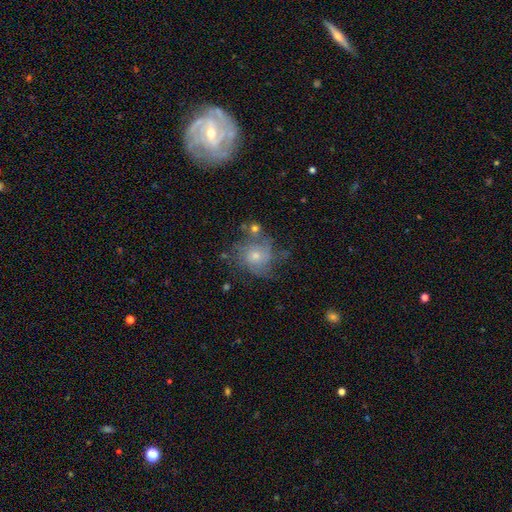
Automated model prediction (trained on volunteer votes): Smooth or featured?
  - featured or disk: 62% *
  - smooth: 24%
  - star or artifact: 14%
Edge-on disk?
  - no: 97% *
  - yes: 3%
Bar?
  - no: 79% *
  - weak: 18%
  - strong: 3%
Spiral arms?
  - yes: 83% *
  - no: 17%
Bulge size?
  - moderate: 48% *
  - small: 45%
  - large: 4%
  - none: 3%
  - dominant: 1%
Merging?
  - none: 62% *
  - minor disturbance: 19%
  - major disturbance: 12%
  - merger: 6%